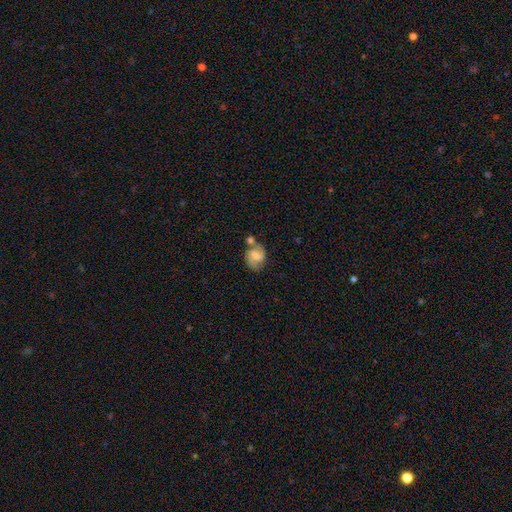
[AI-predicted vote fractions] A featured or disk galaxy (64%) with a weak bar (49%), 2 (87%) medium (51%) spiral arms (92%) and a small central bulge (32%).

Vote fractions:
- Smooth or featured? featured or disk: 64% / smooth: 28% / star or artifact: 8%
- Edge-on disk? no: 98% / yes: 2%
- Bar? weak: 49% / no: 37% / strong: 14%
- Spiral arms? yes: 92% / no: 8%
- Spiral winding? medium: 51% / loose: 25% / tight: 23%
- Spiral arm count? 2: 87% / can't tell: 6% / 1: 4% / 3: 2% / 4: 1% / more than 4: 1%
- Bulge size? small: 32% / moderate: 30% / none: 27% / large: 9% / dominant: 2%
- Merging? none: 51% / merger: 24% / minor disturbance: 18% / major disturbance: 7%